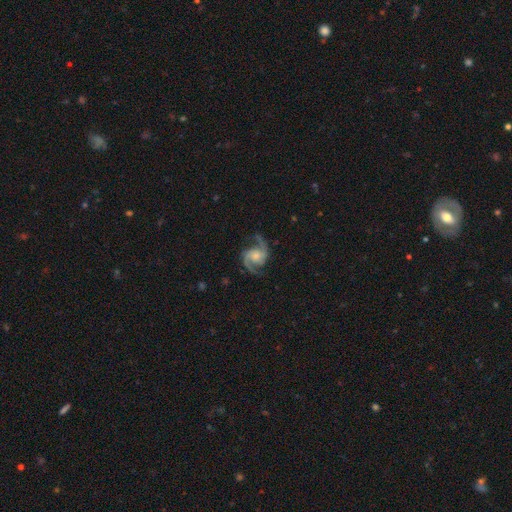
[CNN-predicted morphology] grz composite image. It shows a featured or disk galaxy (92%) with no bar (62%), 2 (92%) medium (57%) spiral arms (98%) and a moderate central bulge (41%). Merging: none (78%).